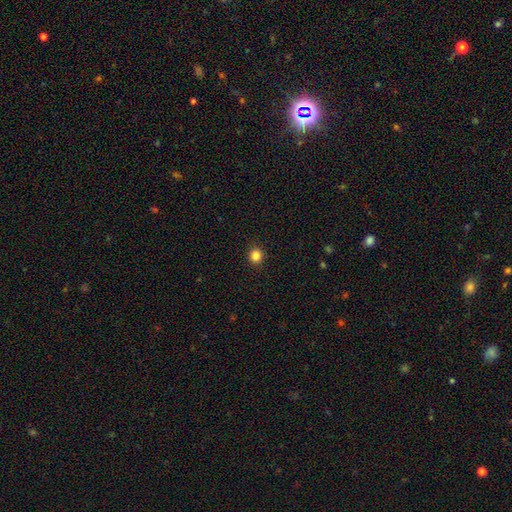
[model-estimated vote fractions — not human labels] The model was most divided on "smooth or featured": smooth: 85%, star or artifact: 12%, featured or disk: 4%. More confident: merging — none (92%); how rounded — round (90%).